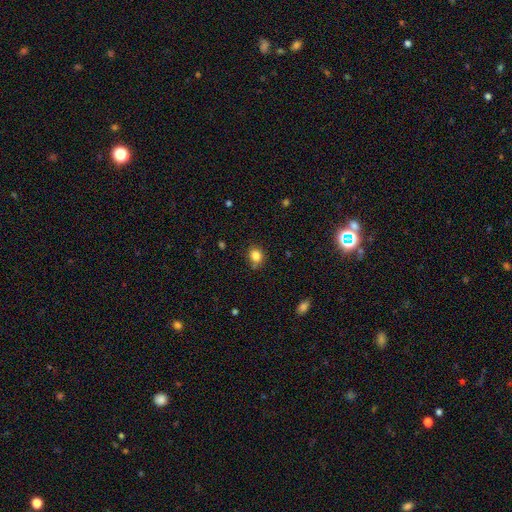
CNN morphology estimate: Smooth or featured? smooth (83%)
How rounded? round (71%)
Merging? none (76%)